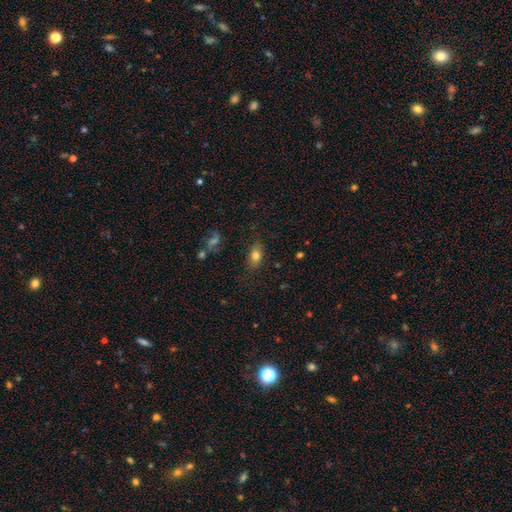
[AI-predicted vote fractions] Q: Smooth or featured?
A: smooth (77%); runner-up: featured or disk (12%)
Q: How rounded?
A: in between (83%); runner-up: round (13%)
Q: Merging?
A: none (79%); runner-up: minor disturbance (15%)